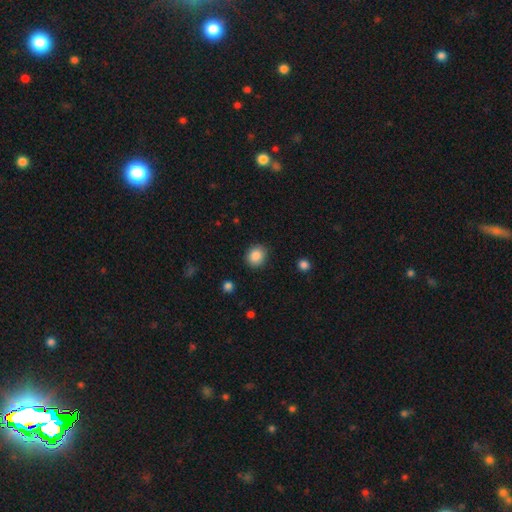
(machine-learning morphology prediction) smooth 87%, star or artifact 9%, featured or disk 4%. Down the decision tree: how rounded — round (76%); merging — none (86%).